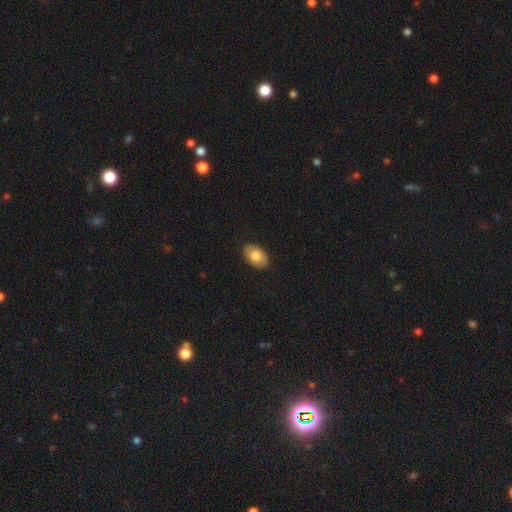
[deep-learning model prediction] This is likely a smooth galaxy (80%). How rounded: clearly in between (91%). Merging: clearly none (89%).